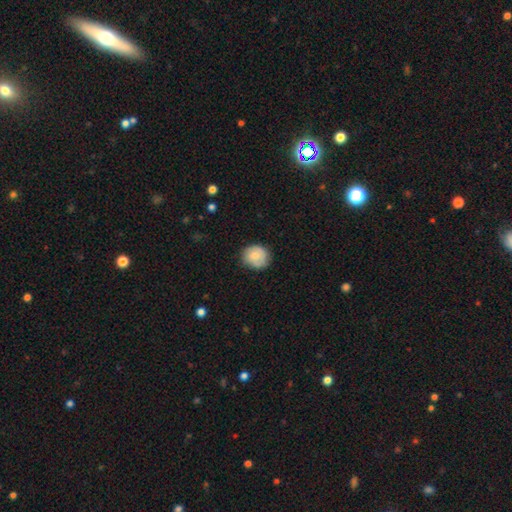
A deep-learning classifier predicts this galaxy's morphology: Smooth or featured? Predicted: smooth (p=0.76). How rounded? Predicted: round (p=0.80). Merging? Predicted: none (p=0.77).